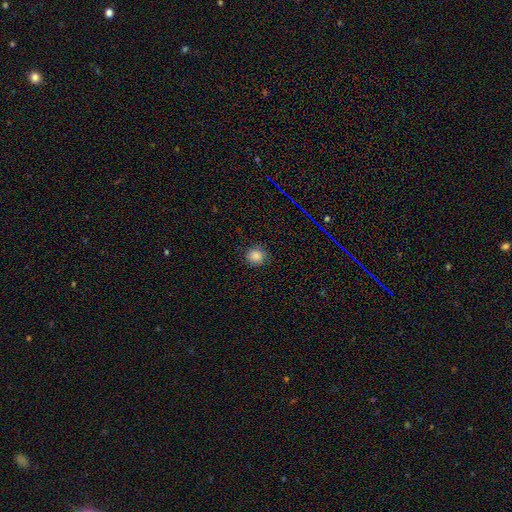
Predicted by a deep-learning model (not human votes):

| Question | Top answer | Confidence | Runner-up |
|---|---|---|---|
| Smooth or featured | smooth | 83% | star or artifact (13%) |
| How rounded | round | 89% | in between (10%) |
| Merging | none | 88% | minor disturbance (9%) |